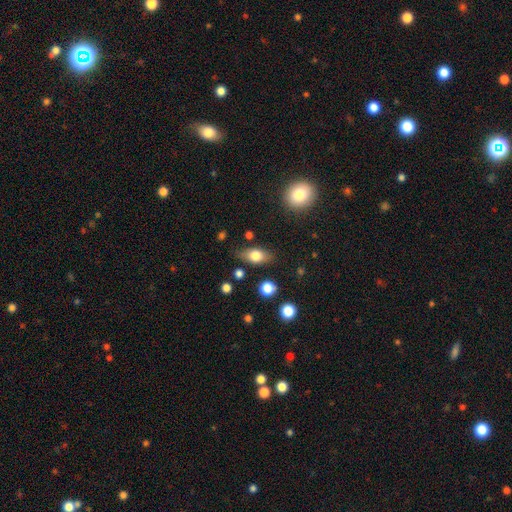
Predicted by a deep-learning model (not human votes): The model was most divided on "smooth or featured": smooth: 72%, featured or disk: 20%, star or artifact: 8%. More confident: how rounded — in between (81%); merging — none (78%).